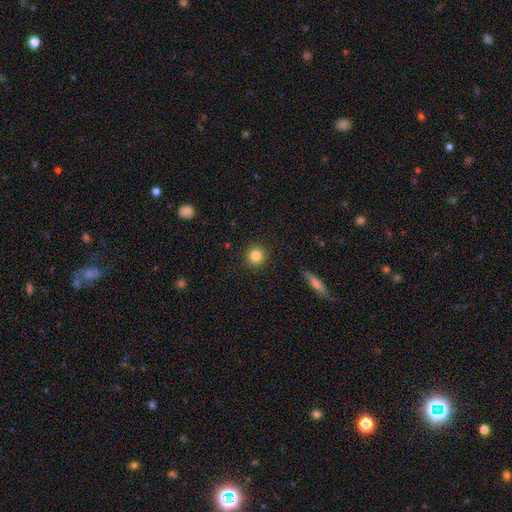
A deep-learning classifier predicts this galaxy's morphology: Smooth or featured: smooth — 83% (star or artifact — 11%)
How rounded: round — 92% (in between — 7%)
Merging: none — 91% (minor disturbance — 6%)